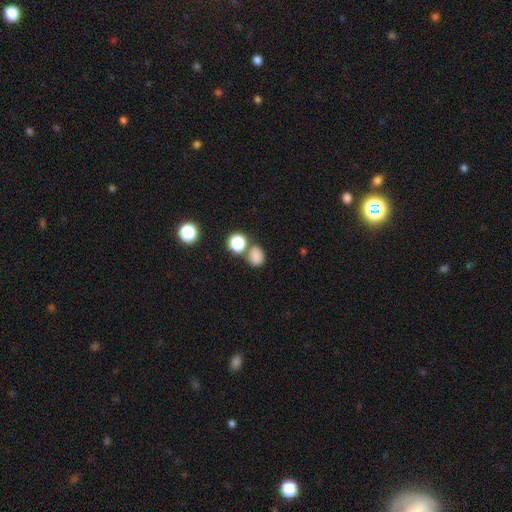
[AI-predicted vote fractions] Q: Smooth or featured?
A: smooth (80%); runner-up: star or artifact (15%)
Q: How rounded?
A: round (54%); runner-up: in between (45%)
Q: Merging?
A: none (65%); runner-up: merger (20%)